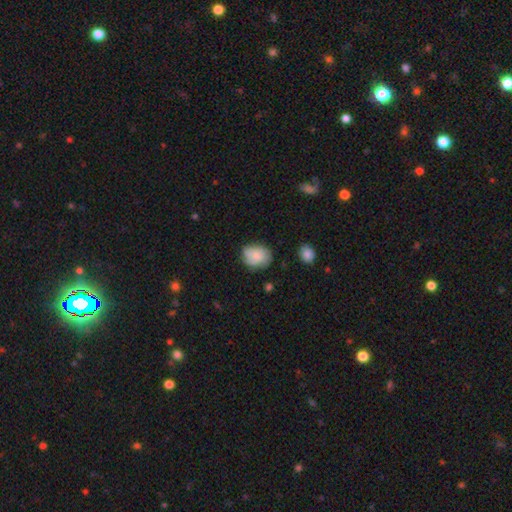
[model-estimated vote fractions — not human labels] Smooth or featured?
  - smooth: 73% *
  - featured or disk: 19%
  - star or artifact: 8%
How rounded?
  - in between: 52% *
  - round: 47%
  - cigar-shaped: 1%
Merging?
  - none: 65% *
  - minor disturbance: 26%
  - major disturbance: 7%
  - merger: 2%